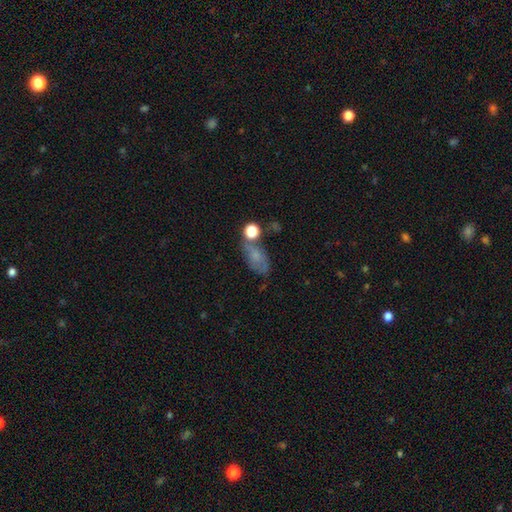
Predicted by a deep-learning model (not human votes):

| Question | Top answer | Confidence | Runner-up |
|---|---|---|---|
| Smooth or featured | smooth | 60% | featured or disk (24%) |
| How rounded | in between | 80% | round (15%) |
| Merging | none | 44% | minor disturbance (23%) |